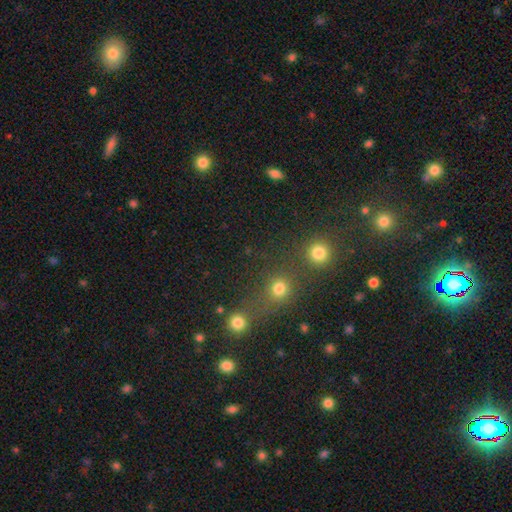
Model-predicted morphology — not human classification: smooth 49%, star or artifact 44%, featured or disk 7%. Down the decision tree: merging — none (69%).